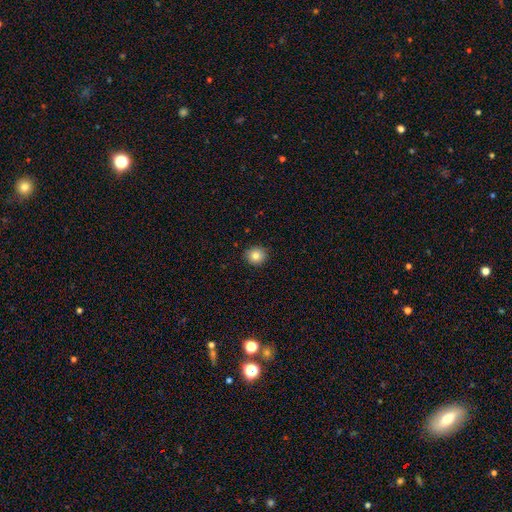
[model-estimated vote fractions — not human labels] A smooth galaxy with no disk features (83%) that is round (87%). Merging: none (90%).